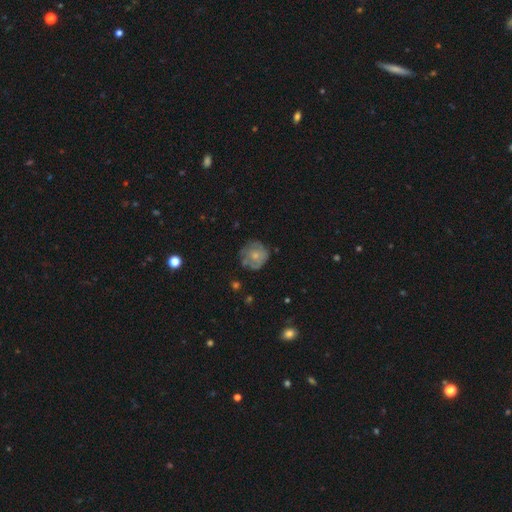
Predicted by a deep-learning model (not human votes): Smooth or featured: smooth — 50% (featured or disk — 42%)
Merging: none — 66% (minor disturbance — 22%)